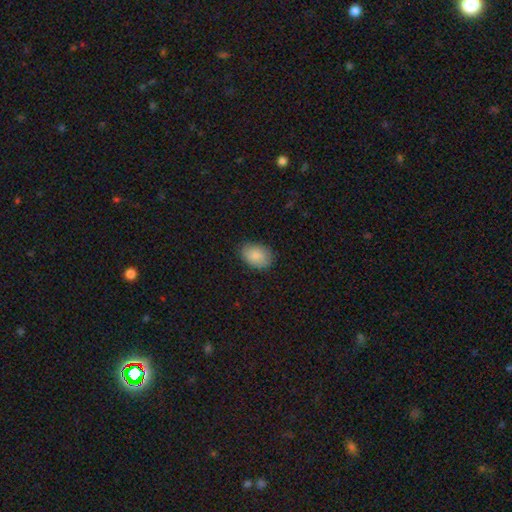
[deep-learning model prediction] smooth-or-featured: smooth: 86% | star or artifact: 7% | featured or disk: 7%
  how-rounded: in between: 81% | round: 17% | cigar-shaped: 1%
  merging: none: 85% | minor disturbance: 12% | major disturbance: 2% | merger: 1%